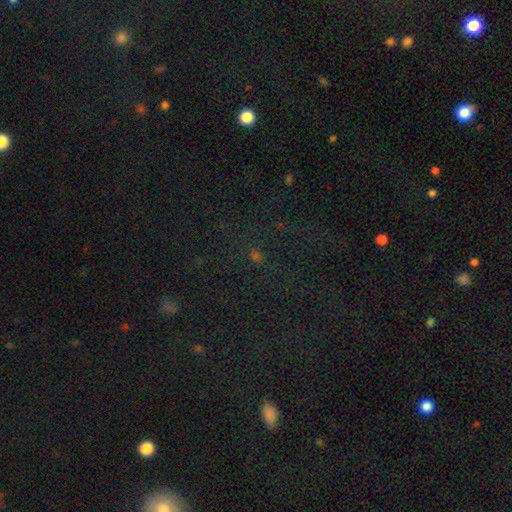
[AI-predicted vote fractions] Smooth or featured: star or artifact — 64% (smooth — 27%)